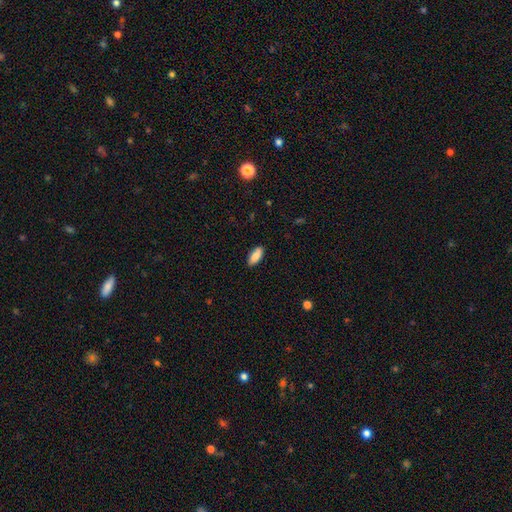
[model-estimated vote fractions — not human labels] smooth_or_featured: smooth (p=0.87) [alt: featured or disk p=0.06]
how_rounded: in between (p=0.81) [alt: cigar-shaped p=0.17]
merging: none (p=0.87) [alt: minor disturbance p=0.09]